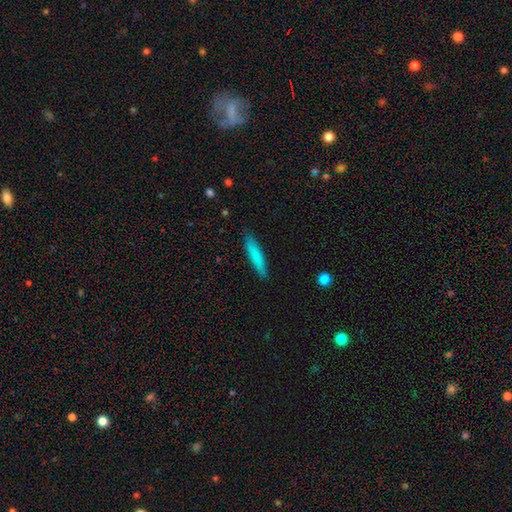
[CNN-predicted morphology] Smooth or featured?
  - smooth: 79% *
  - featured or disk: 15%
  - star or artifact: 6%
How rounded?
  - cigar-shaped: 89% *
  - in between: 10%
  - round: 1%
Merging?
  - none: 88% *
  - minor disturbance: 9%
  - major disturbance: 2%
  - merger: 1%